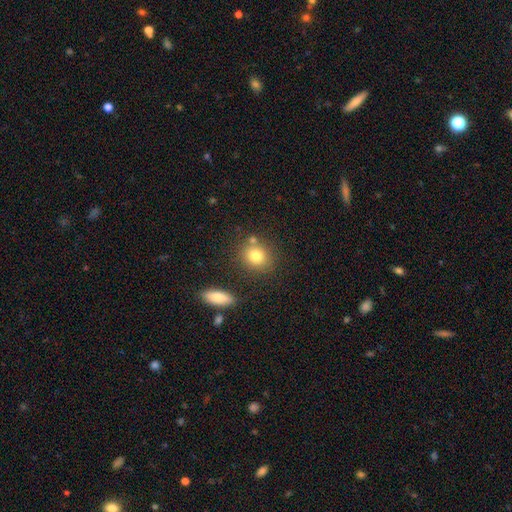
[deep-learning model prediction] smooth-or-featured: smooth: 79% | star or artifact: 11% | featured or disk: 10%
  how-rounded: round: 77% | in between: 22% | cigar-shaped: 1%
  merging: none: 73% | merger: 12% | minor disturbance: 11% | major disturbance: 3%